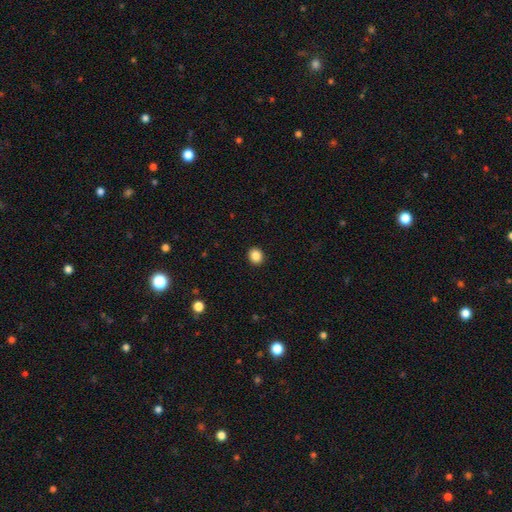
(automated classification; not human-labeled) Smooth or featured: smooth — 87% (star or artifact — 10%)
How rounded: round — 77% (in between — 22%)
Merging: none — 92% (minor disturbance — 5%)